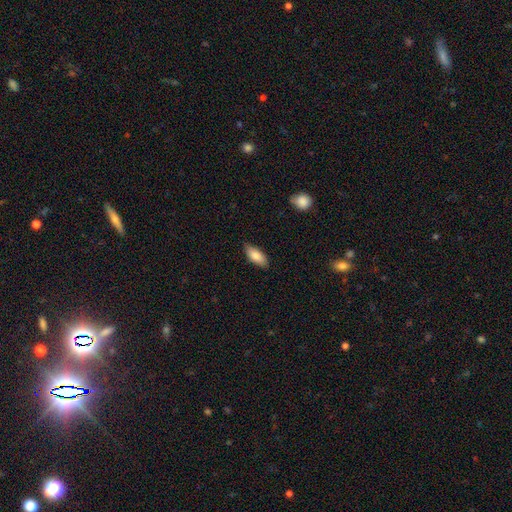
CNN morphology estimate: Q: Smooth or featured?
A: smooth (84%); runner-up: featured or disk (9%)
Q: How rounded?
A: in between (84%); runner-up: cigar-shaped (14%)
Q: Merging?
A: none (84%); runner-up: minor disturbance (13%)